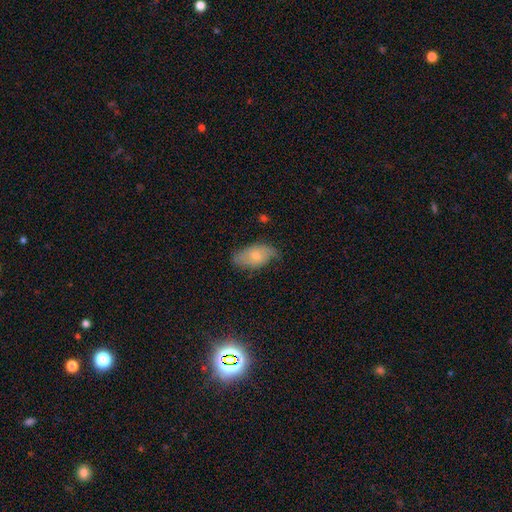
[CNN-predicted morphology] smooth-or-featured: smooth: 61% | featured or disk: 32% | star or artifact: 7%
  how-rounded: in between: 92% | round: 5% | cigar-shaped: 3%
  merging: none: 61% | minor disturbance: 30% | major disturbance: 7% | merger: 1%